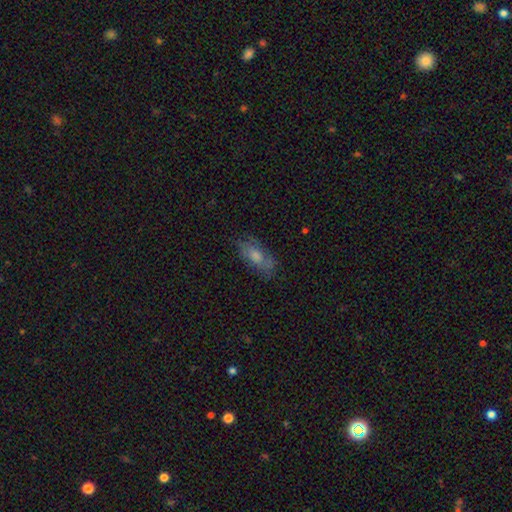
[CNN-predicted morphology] Q: Smooth or featured?
A: smooth (48%); runner-up: featured or disk (39%)
Q: Merging?
A: none (70%); runner-up: minor disturbance (20%)